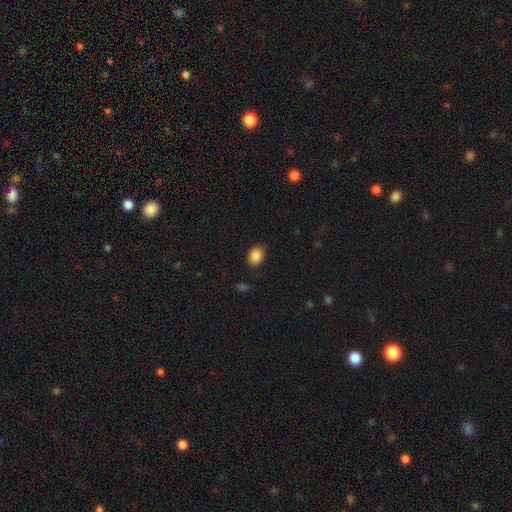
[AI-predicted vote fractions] smooth_or_featured: smooth (p=0.87) [alt: star or artifact p=0.09]
how_rounded: in between (p=0.64) [alt: round p=0.35]
merging: none (p=0.83) [alt: minor disturbance p=0.13]